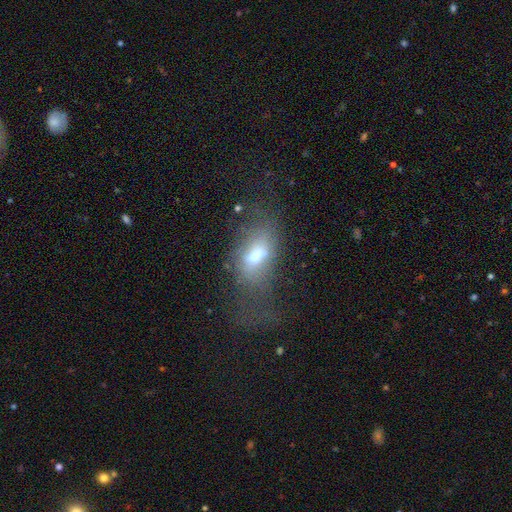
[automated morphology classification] Overall: smooth (51%; featured or disk 35%). How rounded: in between (84%). Merging: major disturbance (41%; none 27%).